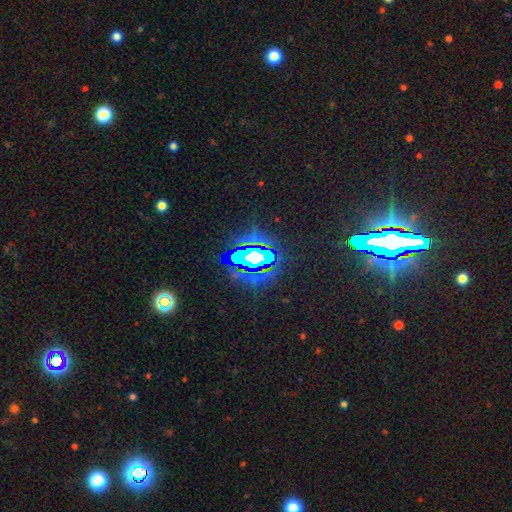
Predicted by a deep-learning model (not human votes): The model was most divided on "smooth or featured": star or artifact: 68%, smooth: 17%, featured or disk: 15%.